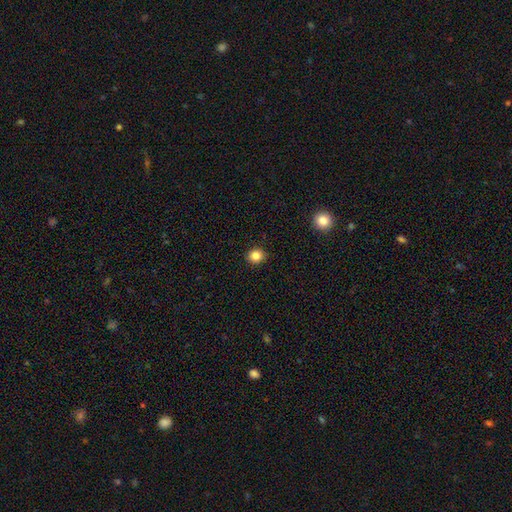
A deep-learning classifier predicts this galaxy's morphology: Smooth or featured? smooth (84%)
How rounded? round (79%)
Merging? none (91%)